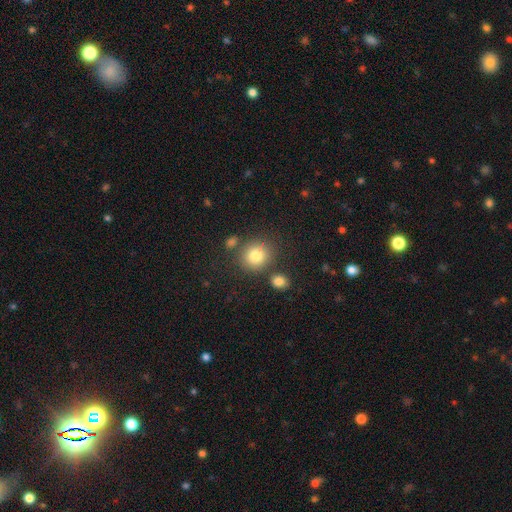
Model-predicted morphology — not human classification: A smooth galaxy with no disk features (81%) that is round (78%).

Vote fractions:
- Smooth or featured? smooth: 81% / star or artifact: 10% / featured or disk: 8%
- How rounded? round: 78% / in between: 21% / cigar-shaped: 1%
- Merging? none: 73% / merger: 11% / minor disturbance: 11% / major disturbance: 4%